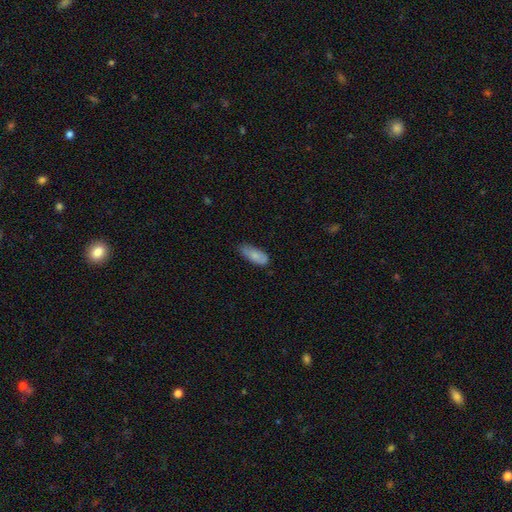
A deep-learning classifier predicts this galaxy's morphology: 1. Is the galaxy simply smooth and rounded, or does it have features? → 80% smooth, 14% featured or disk, 6% star or artifact.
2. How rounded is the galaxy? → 82% in between, 16% cigar-shaped, 2% round.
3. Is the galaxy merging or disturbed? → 64% none, 29% minor disturbance, 5% major disturbance, 2% merger.